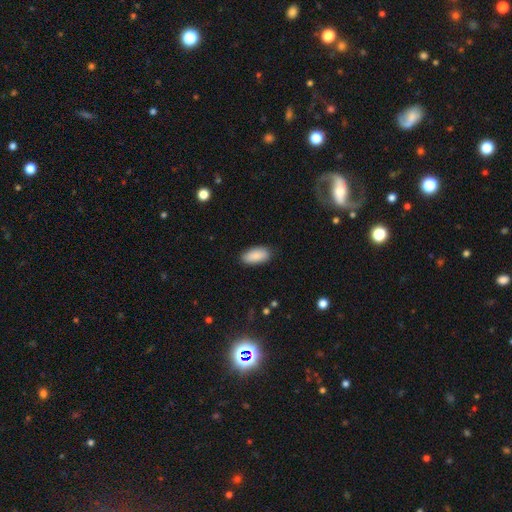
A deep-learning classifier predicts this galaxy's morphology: Overall: smooth (89%). How rounded: in between (91%). Merging: none (87%).